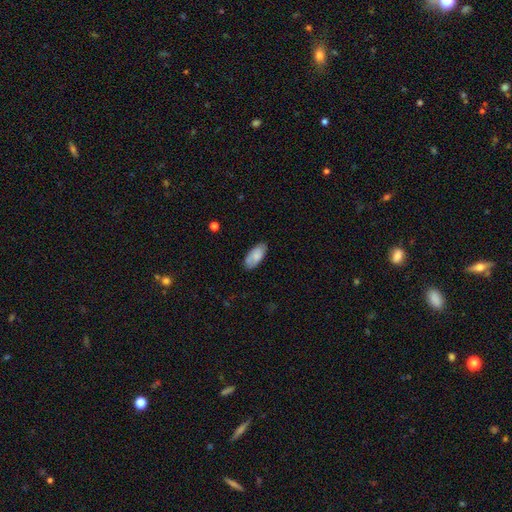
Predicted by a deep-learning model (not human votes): Smooth or featured? Predicted: smooth (p=0.80). How rounded? Predicted: in between (p=0.91). Merging? Predicted: none (p=0.82).